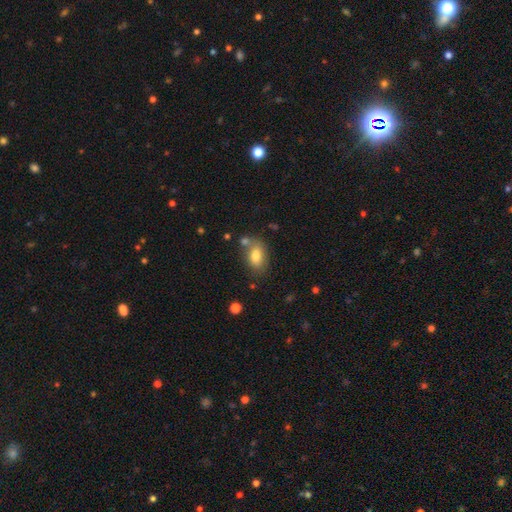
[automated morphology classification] Overall: smooth (78%). How rounded: in between (85%). Merging: none (61%).